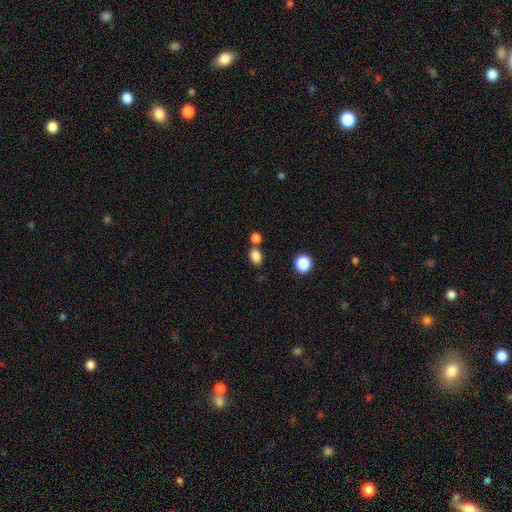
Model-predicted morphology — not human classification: Overall: smooth (84%). How rounded: in between (74%). Merging: none (67%).